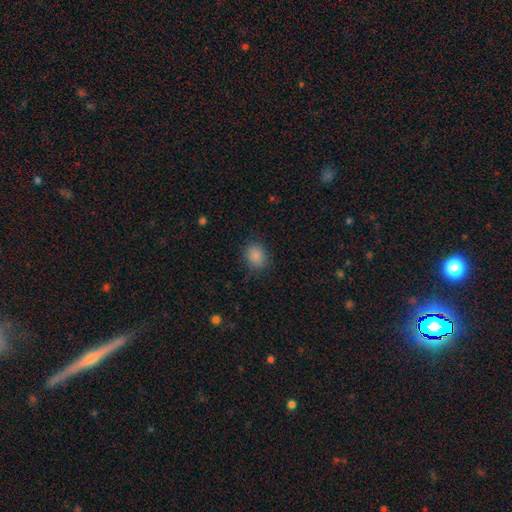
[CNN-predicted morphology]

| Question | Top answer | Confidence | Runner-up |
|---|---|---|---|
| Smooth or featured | smooth | 87% | star or artifact (10%) |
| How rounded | round | 57% | in between (42%) |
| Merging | none | 85% | minor disturbance (11%) |